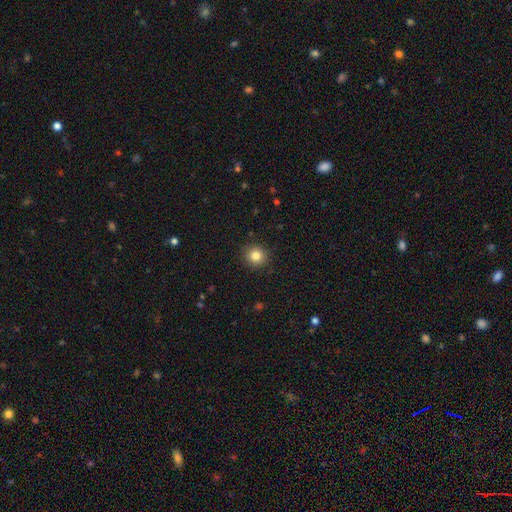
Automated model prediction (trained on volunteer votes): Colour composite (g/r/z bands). It shows a smooth galaxy with no disk features (82%) that is round (91%). Merging: none (91%).